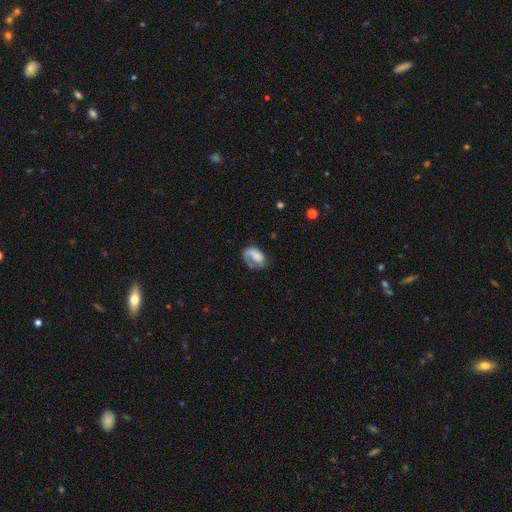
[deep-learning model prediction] Morphology: type=featured or disk (52%); edge-on=no (97%); merging=none (46%).